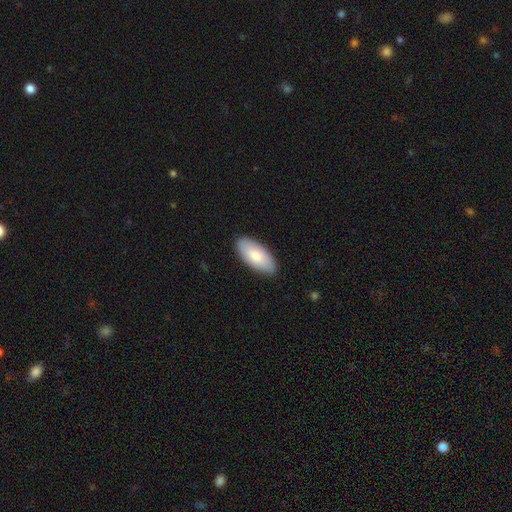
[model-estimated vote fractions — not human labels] Overall: smooth (80%). How rounded: in between (93%). Merging: none (87%).